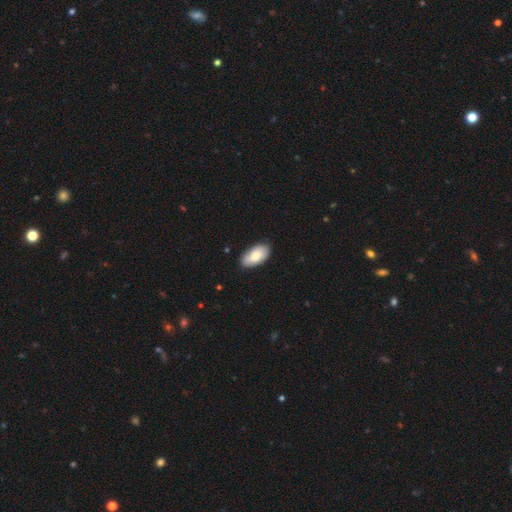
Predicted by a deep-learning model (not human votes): Q: Smooth or featured?
A: smooth (79%); runner-up: featured or disk (15%)
Q: How rounded?
A: in between (95%); runner-up: cigar-shaped (3%)
Q: Merging?
A: none (82%); runner-up: minor disturbance (15%)